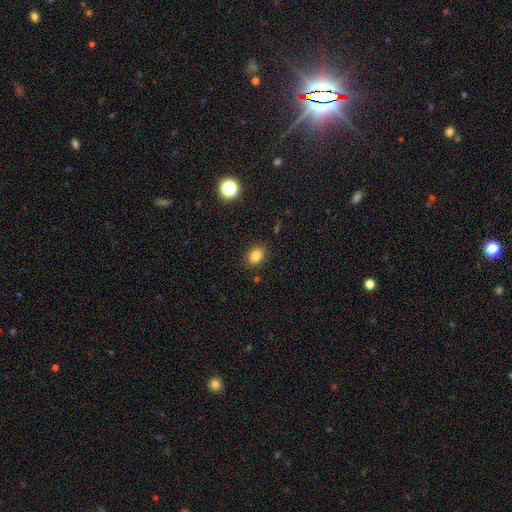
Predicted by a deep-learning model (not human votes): This appears to be a smooth galaxy with no disk features (84%) that is in between round and cigar-shaped (65%). Merging: none (87%).